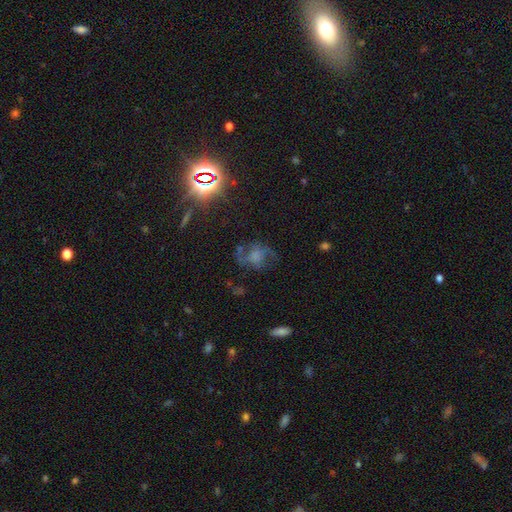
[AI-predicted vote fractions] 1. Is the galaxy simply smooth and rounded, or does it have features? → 49% featured or disk, 31% smooth, 20% star or artifact.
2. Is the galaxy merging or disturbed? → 51% none, 26% major disturbance, 20% minor disturbance, 3% merger.